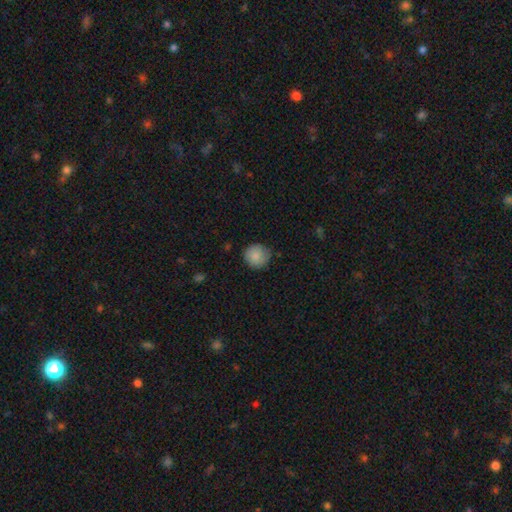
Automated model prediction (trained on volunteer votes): A smooth galaxy with no disk features (87%) that is round (92%).

Vote fractions:
- Smooth or featured? smooth: 87% / star or artifact: 7% / featured or disk: 6%
- How rounded? round: 92% / in between: 7% / cigar-shaped: 1%
- Merging? none: 80% / minor disturbance: 16% / major disturbance: 3% / merger: 1%